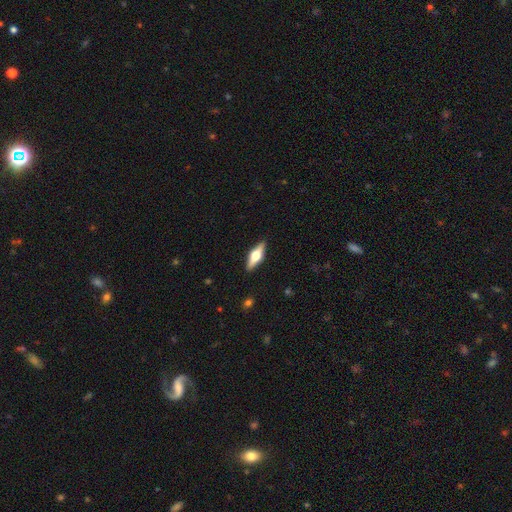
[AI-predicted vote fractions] A featured or disk galaxy (60%) viewed edge-on (95%) with a rounded central bulge (95%).

Vote fractions:
- Smooth or featured? featured or disk: 60% / smooth: 34% / star or artifact: 6%
- Edge-on disk? yes: 95% / no: 5%
- Edge-on bulge? rounded: 95% / boxy: 4% / none: 1%
- Merging? none: 90% / minor disturbance: 7% / major disturbance: 2% / merger: 1%